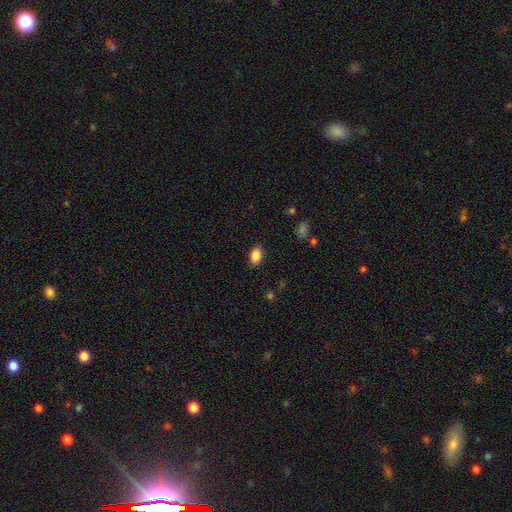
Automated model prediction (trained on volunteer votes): smooth_or_featured: smooth (p=0.87) [alt: star or artifact p=0.08]
how_rounded: in between (p=0.87) [alt: round p=0.12]
merging: none (p=0.87) [alt: minor disturbance p=0.09]